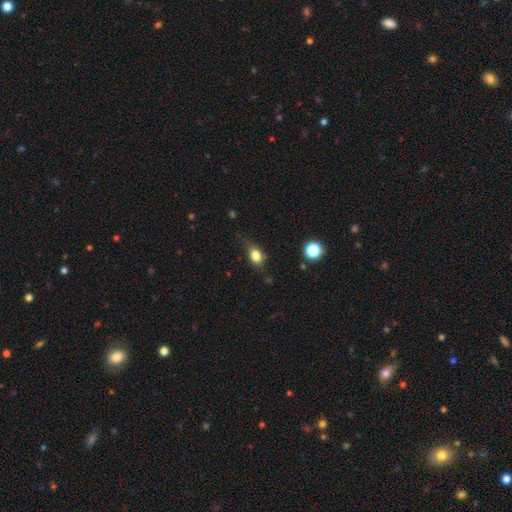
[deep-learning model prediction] Q: Smooth or featured?
A: smooth (80%); runner-up: star or artifact (10%)
Q: How rounded?
A: in between (71%); runner-up: round (25%)
Q: Merging?
A: none (60%); runner-up: minor disturbance (30%)